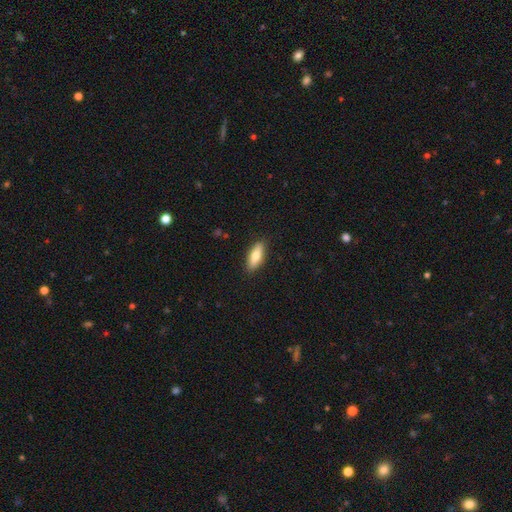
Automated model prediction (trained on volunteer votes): smooth-or-featured: smooth: 74% | featured or disk: 20% | star or artifact: 6%
  how-rounded: in between: 63% | cigar-shaped: 34% | round: 2%
  merging: none: 89% | minor disturbance: 8% | major disturbance: 2% | merger: 1%